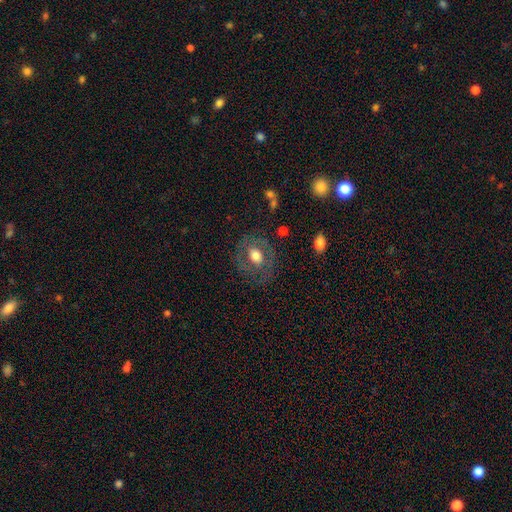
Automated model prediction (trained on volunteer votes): smooth 52%, featured or disk 40%, star or artifact 8%. Down the decision tree: how rounded — round (58%); merging — none (75%).